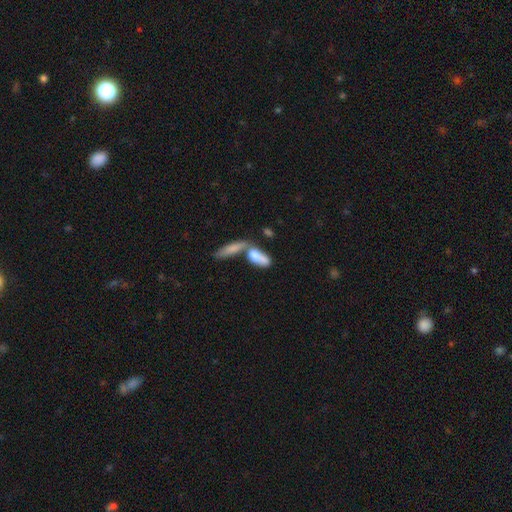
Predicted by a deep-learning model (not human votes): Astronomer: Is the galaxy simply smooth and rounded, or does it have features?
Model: smooth — 75%.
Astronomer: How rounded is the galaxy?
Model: in between — 67%.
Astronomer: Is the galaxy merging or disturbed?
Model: merger — 54%.